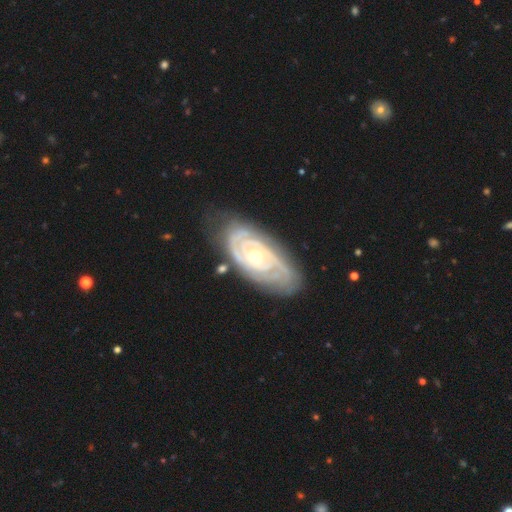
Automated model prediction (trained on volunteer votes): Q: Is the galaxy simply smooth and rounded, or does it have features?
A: featured or disk — 90%.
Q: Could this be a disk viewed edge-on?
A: no — 95%.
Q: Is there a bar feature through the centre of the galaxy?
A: no — 70%.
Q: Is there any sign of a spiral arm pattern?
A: yes — 97%.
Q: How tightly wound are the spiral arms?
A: tight — 82%.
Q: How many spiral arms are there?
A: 2 — 40%.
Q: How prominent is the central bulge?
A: small — 55%.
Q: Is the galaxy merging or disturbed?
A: none — 74%.